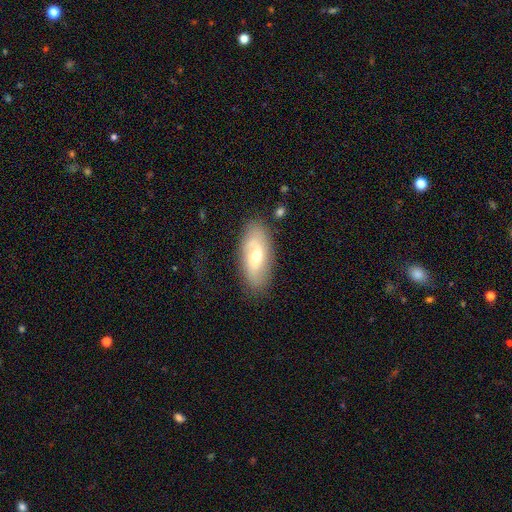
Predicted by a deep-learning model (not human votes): A featured or disk galaxy (49%). Merging: none (79%).